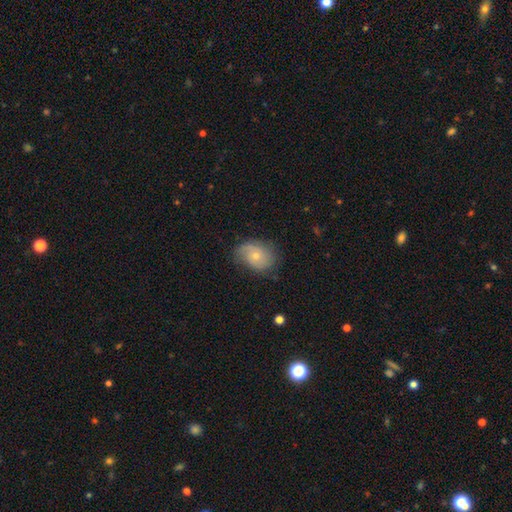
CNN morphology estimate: A featured or disk galaxy (51%). Merging: none (64%).